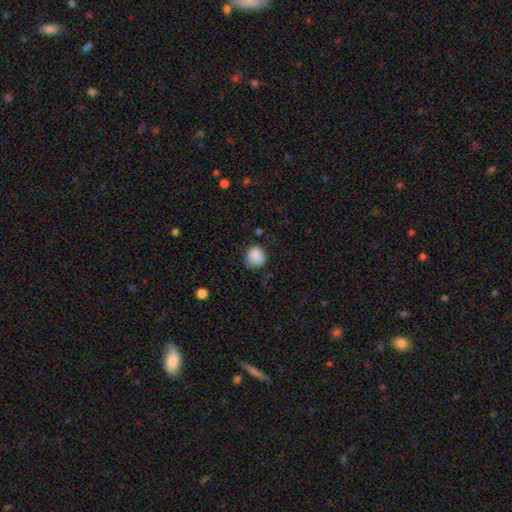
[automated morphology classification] smooth-or-featured: smooth: 86% | star or artifact: 9% | featured or disk: 5%
  how-rounded: round: 82% | in between: 17% | cigar-shaped: 1%
  merging: none: 69% | minor disturbance: 24% | major disturbance: 5% | merger: 2%